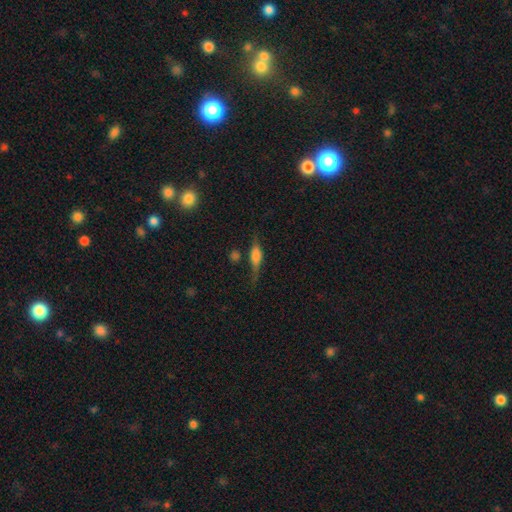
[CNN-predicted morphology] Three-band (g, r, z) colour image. It shows a smooth galaxy with no disk features (53%) that is in between round and cigar-shaped (50%). Merging: none (54%).